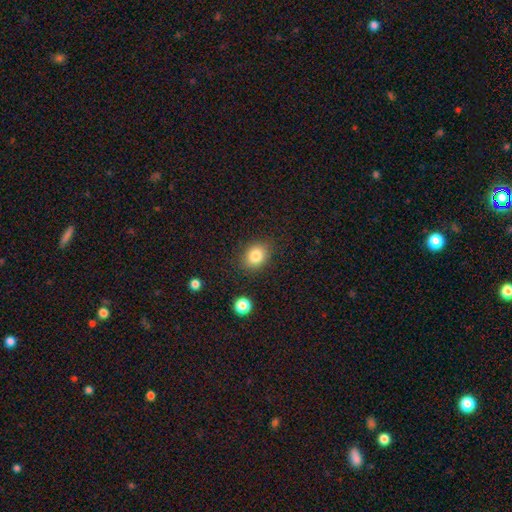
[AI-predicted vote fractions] Smooth or featured: smooth — 83% (star or artifact — 10%)
How rounded: round — 51% (in between — 48%)
Merging: none — 85% (minor disturbance — 10%)